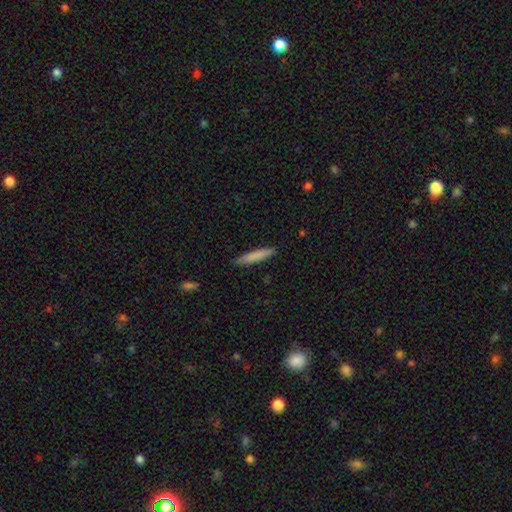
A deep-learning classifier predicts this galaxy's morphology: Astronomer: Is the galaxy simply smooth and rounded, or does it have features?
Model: smooth — 79%.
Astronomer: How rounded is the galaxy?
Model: cigar-shaped — 92%.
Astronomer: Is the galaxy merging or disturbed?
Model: none — 88%.